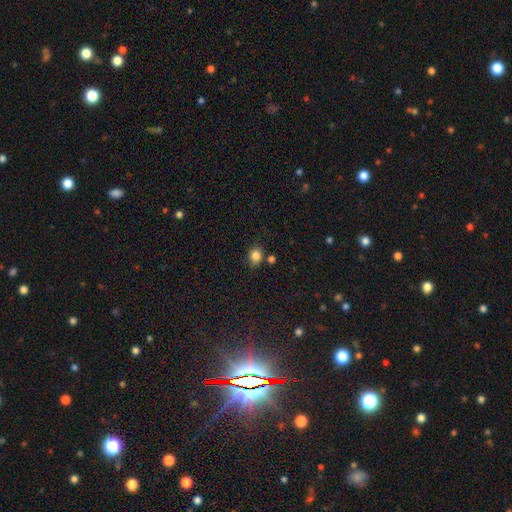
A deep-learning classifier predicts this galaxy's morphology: Smooth or featured? smooth (84%)
How rounded? round (58%)
Merging? none (74%)